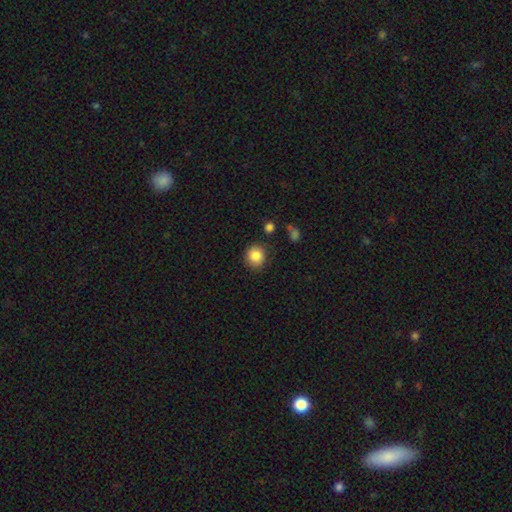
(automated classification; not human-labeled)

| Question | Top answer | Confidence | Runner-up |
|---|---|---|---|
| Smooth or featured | smooth | 85% | star or artifact (9%) |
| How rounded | round | 86% | in between (13%) |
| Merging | none | 83% | minor disturbance (11%) |